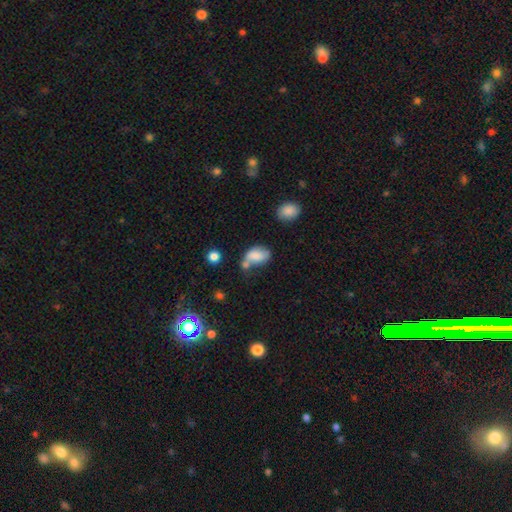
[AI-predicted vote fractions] smooth 77%, featured or disk 13%, star or artifact 10%. Down the decision tree: how rounded — in between (87%); merging — merger (33%).